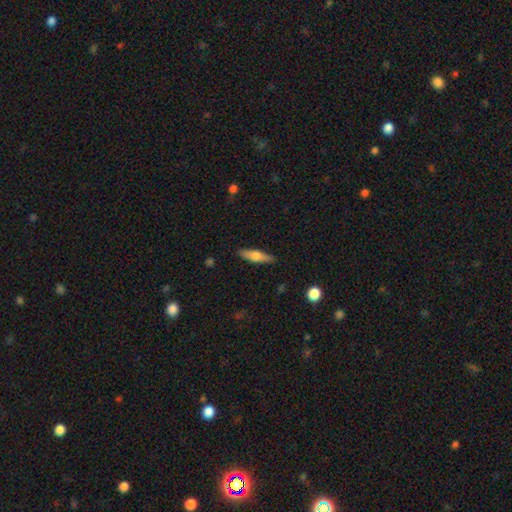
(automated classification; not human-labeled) This is possibly a smooth galaxy (59%). How rounded: likely cigar-shaped (69%). Merging: clearly none (88%).